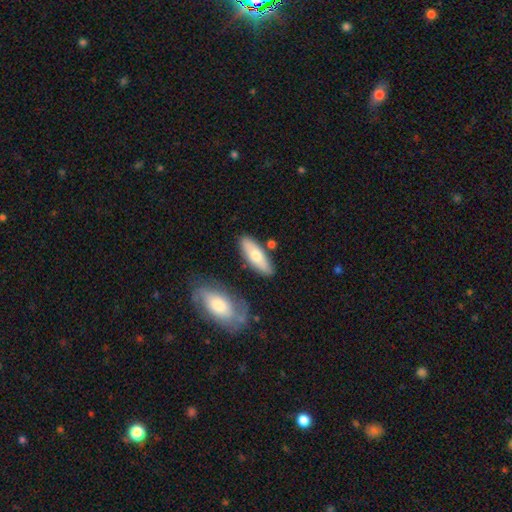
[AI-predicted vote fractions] smooth_or_featured: smooth (p=0.67) [alt: featured or disk p=0.28]
how_rounded: in between (p=0.58) [alt: cigar-shaped p=0.40]
merging: none (p=0.79) [alt: minor disturbance p=0.12]